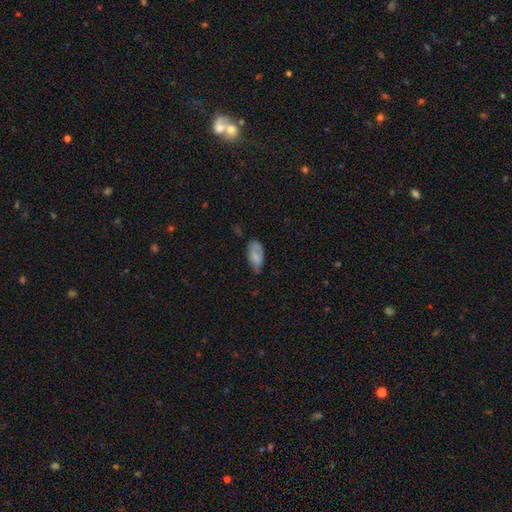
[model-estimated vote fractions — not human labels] smooth-or-featured: smooth: 72% | featured or disk: 20% | star or artifact: 8%
  how-rounded: in between: 93% | cigar-shaped: 4% | round: 4%
  merging: none: 51% | minor disturbance: 36% | major disturbance: 10% | merger: 3%